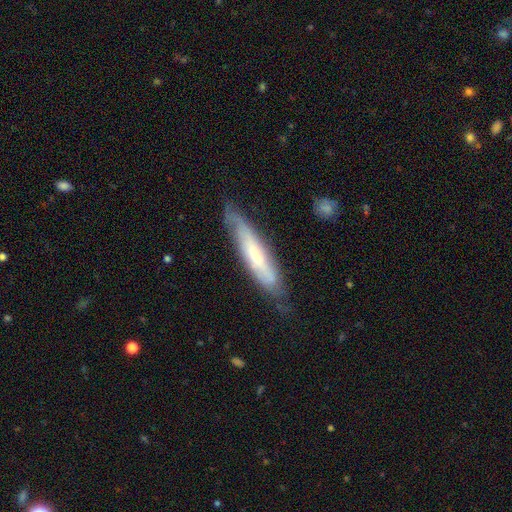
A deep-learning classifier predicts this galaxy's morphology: type=featured or disk (53%); edge-on=yes (53%); merging=none (66%).